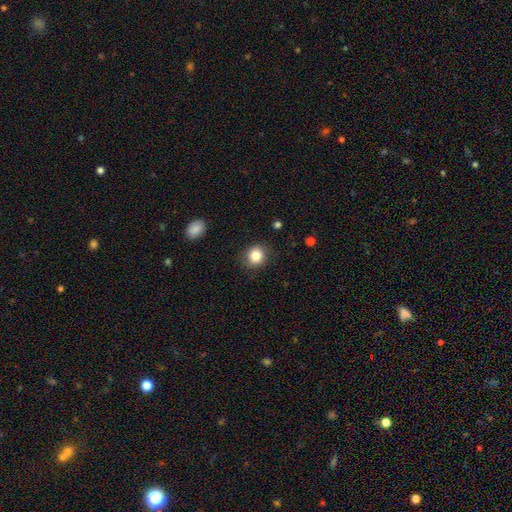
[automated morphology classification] Smooth or featured? smooth (84%)
How rounded? round (78%)
Merging? none (85%)